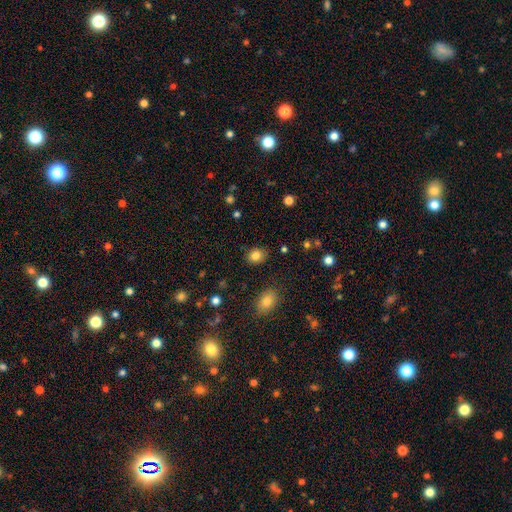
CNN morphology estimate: Smooth or featured?
  - smooth: 83% *
  - star or artifact: 10%
  - featured or disk: 7%
How rounded?
  - in between: 51% *
  - round: 48%
  - cigar-shaped: 1%
Merging?
  - none: 86% *
  - minor disturbance: 10%
  - major disturbance: 3%
  - merger: 2%